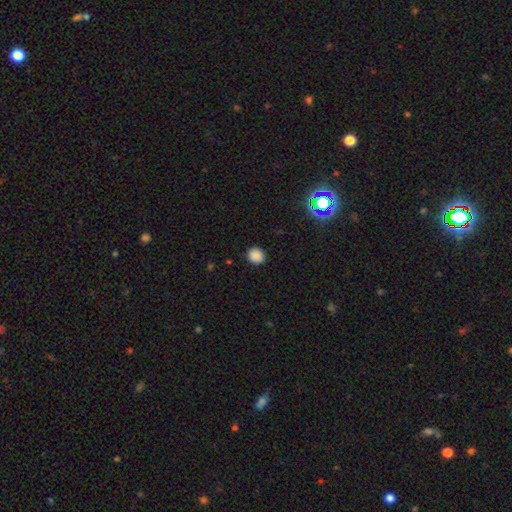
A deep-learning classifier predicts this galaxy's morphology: type=smooth (86%); roundness=round (82%); merging=none (89%).